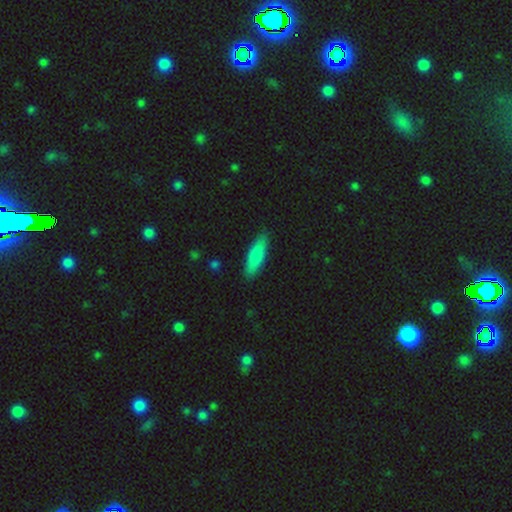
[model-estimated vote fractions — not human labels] A smooth galaxy with no disk features (81%) that is cigar-shaped (57%).

Vote fractions:
- Smooth or featured? smooth: 81% / featured or disk: 13% / star or artifact: 6%
- How rounded? cigar-shaped: 57% / in between: 41% / round: 2%
- Merging? none: 87% / minor disturbance: 10% / major disturbance: 2% / merger: 1%